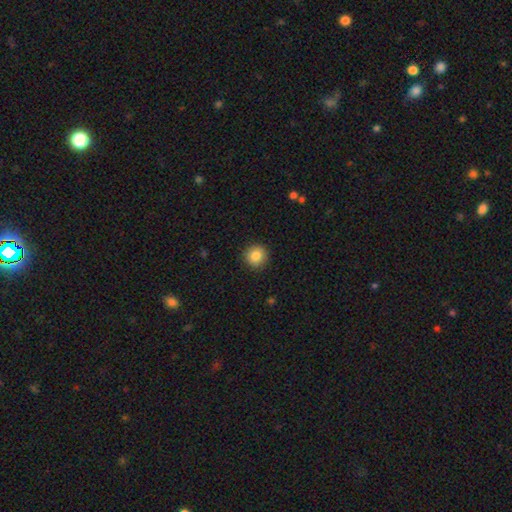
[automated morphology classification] This is clearly a smooth galaxy (85%). How rounded: clearly round (93%). Merging: clearly none (91%).